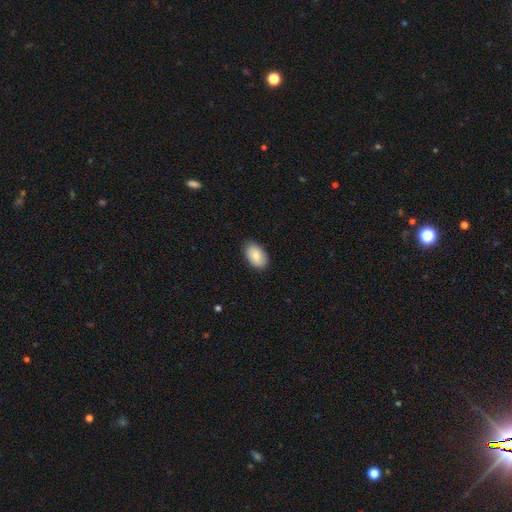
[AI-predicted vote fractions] Overall: smooth (80%). How rounded: in between (93%). Merging: none (87%).